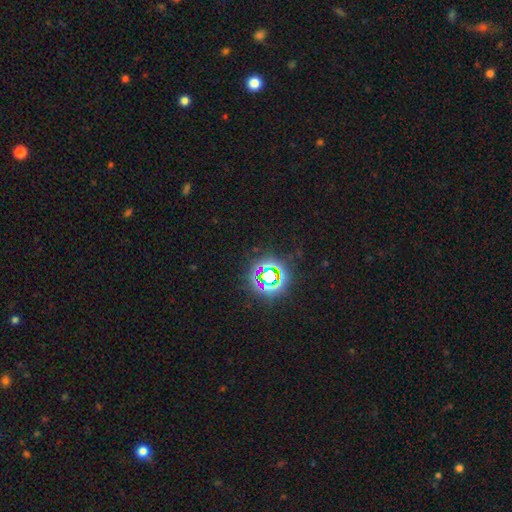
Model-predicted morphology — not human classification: A star or artifact, not a galaxy (73%).